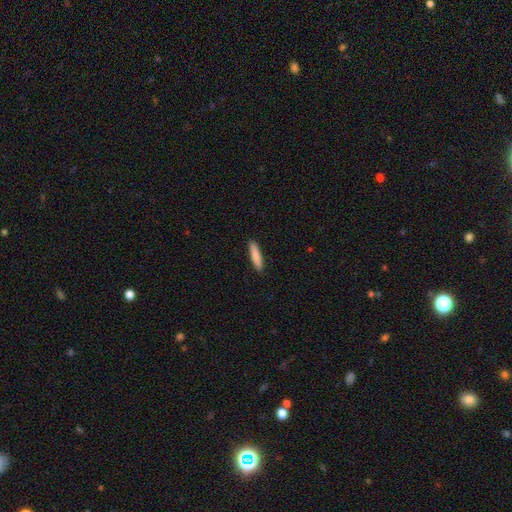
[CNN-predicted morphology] The model was most divided on "how rounded": cigar-shaped: 84%, in between: 15%, round: 1%. More confident: merging — none (91%); smooth or featured — smooth (86%).